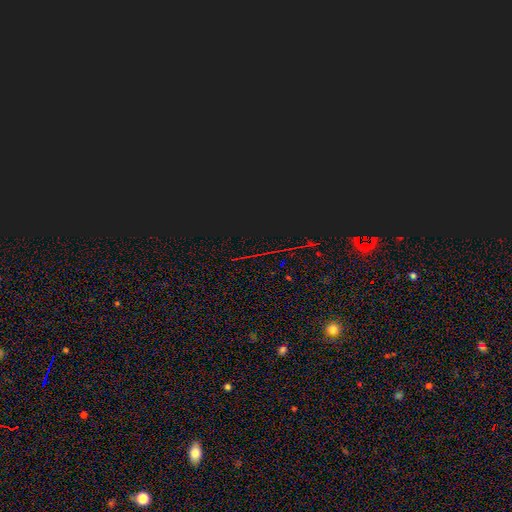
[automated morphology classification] Smooth or featured?
  - star or artifact: 83% *
  - featured or disk: 9%
  - smooth: 9%